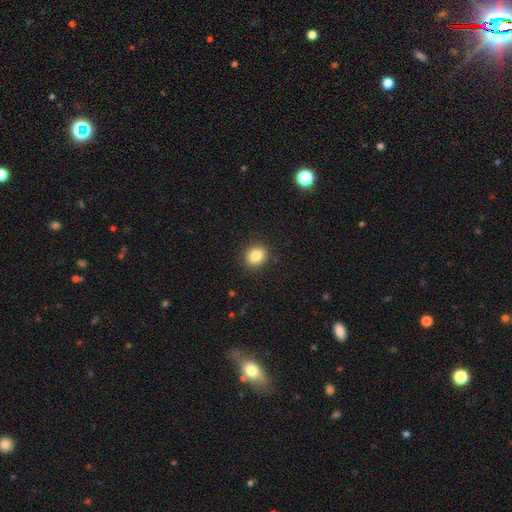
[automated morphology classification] type=smooth (86%); roundness=round (64%); merging=none (89%).